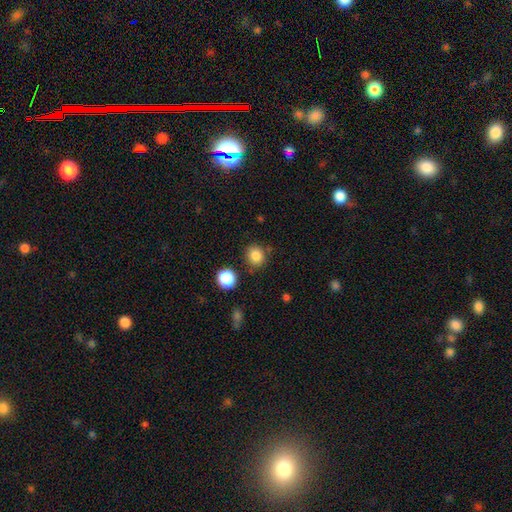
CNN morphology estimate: smooth_or_featured: smooth (p=0.84) [alt: star or artifact p=0.11]
how_rounded: round (p=0.82) [alt: in between p=0.17]
merging: none (p=0.82) [alt: minor disturbance p=0.10]